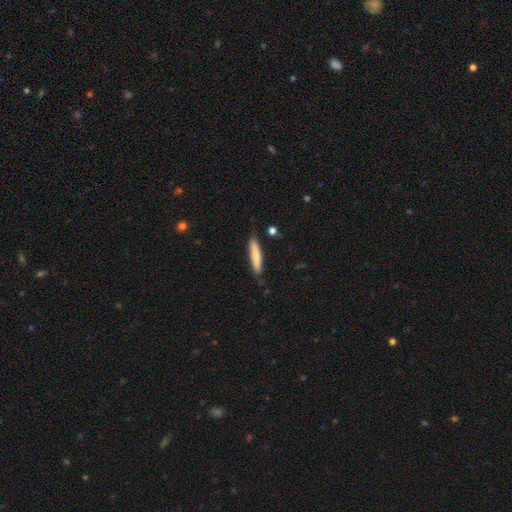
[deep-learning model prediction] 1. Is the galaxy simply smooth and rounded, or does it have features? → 75% smooth, 20% featured or disk, 5% star or artifact.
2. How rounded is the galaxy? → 87% cigar-shaped, 12% in between, 1% round.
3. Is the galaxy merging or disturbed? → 84% none, 12% minor disturbance, 2% merger, 2% major disturbance.